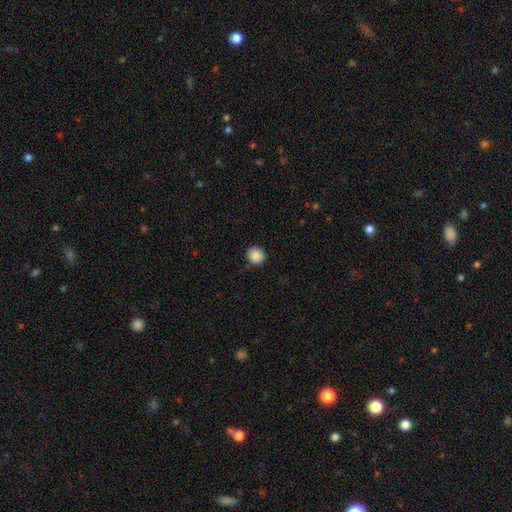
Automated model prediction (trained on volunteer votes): smooth 88%, star or artifact 9%, featured or disk 3%. Down the decision tree: how rounded — round (91%); merging — none (87%).